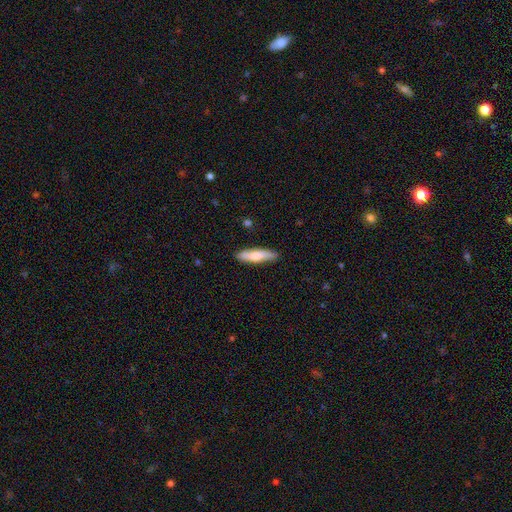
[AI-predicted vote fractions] A smooth galaxy with no disk features (70%) that is cigar-shaped (72%).

Vote fractions:
- Smooth or featured? smooth: 70% / featured or disk: 24% / star or artifact: 6%
- How rounded? cigar-shaped: 72% / in between: 27% / round: 2%
- Merging? none: 84% / minor disturbance: 12% / major disturbance: 2% / merger: 2%